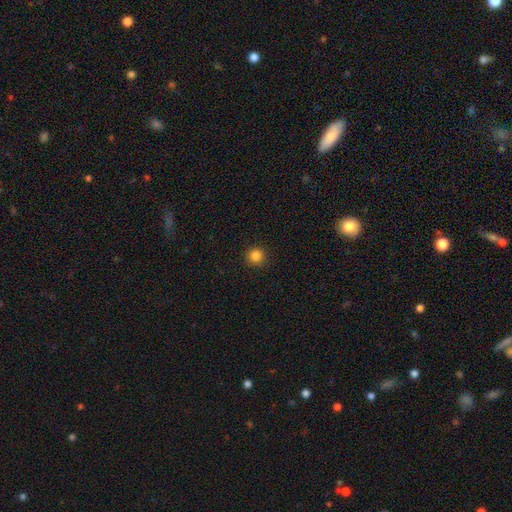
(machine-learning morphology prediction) Smooth or featured? smooth (85%)
How rounded? round (95%)
Merging? none (92%)